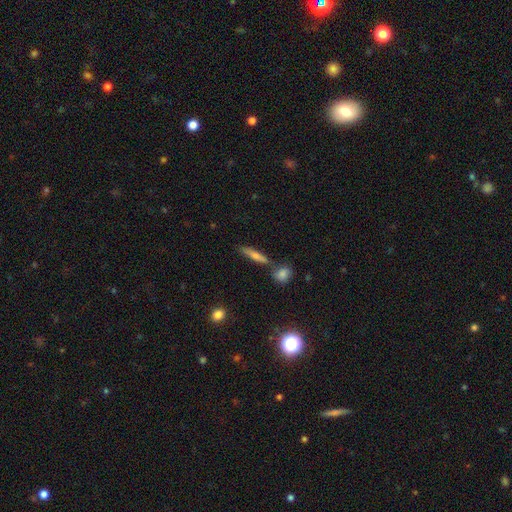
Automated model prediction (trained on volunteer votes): Overall: smooth (44%; featured or disk 42%). Merging: none (74%).